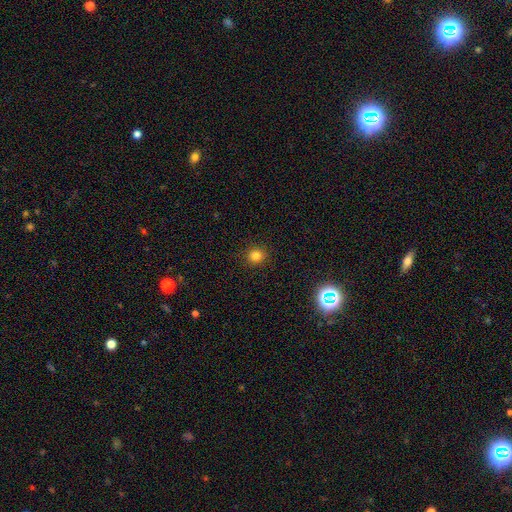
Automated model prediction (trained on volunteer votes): Smooth or featured?
  - smooth: 80% *
  - star or artifact: 15%
  - featured or disk: 5%
How rounded?
  - round: 90% *
  - in between: 9%
  - cigar-shaped: 1%
Merging?
  - none: 91% *
  - minor disturbance: 6%
  - major disturbance: 2%
  - merger: 1%